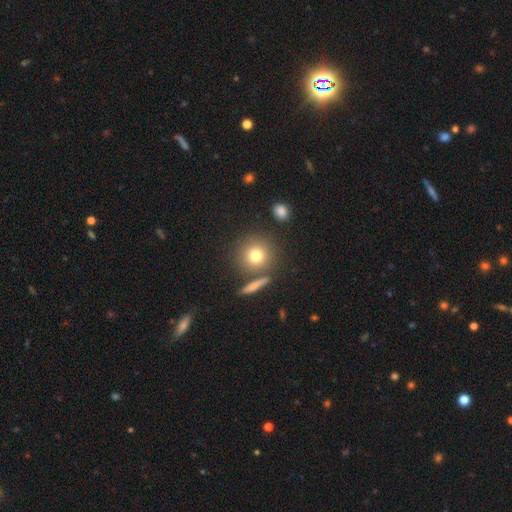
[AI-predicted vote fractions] Q: Smooth or featured?
A: smooth (75%); runner-up: featured or disk (13%)
Q: How rounded?
A: round (90%); runner-up: in between (8%)
Q: Merging?
A: none (76%); runner-up: merger (11%)